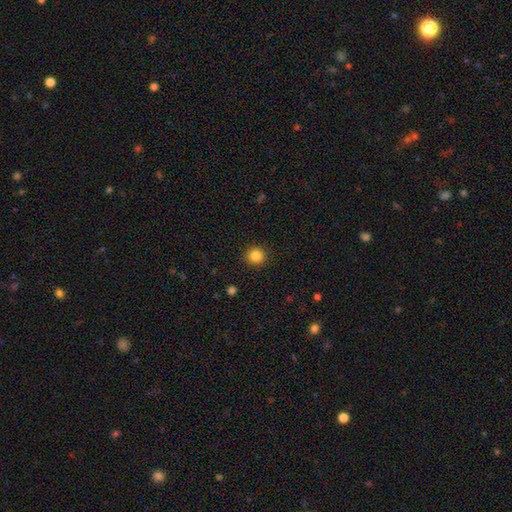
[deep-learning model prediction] This is clearly a smooth galaxy (86%). How rounded: clearly round (92%). Merging: clearly none (91%).